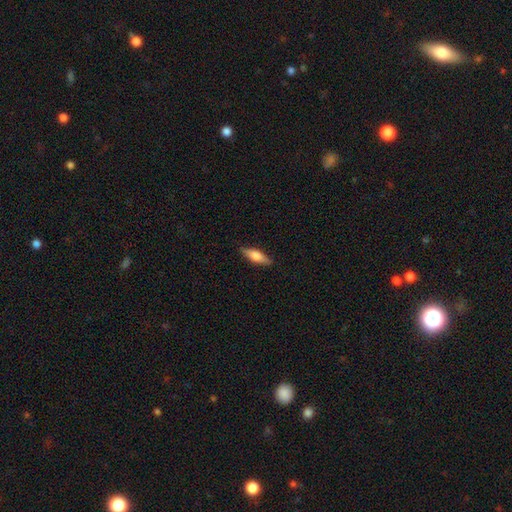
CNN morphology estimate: This appears to be a smooth galaxy with no disk features (59%) that is in between round and cigar-shaped (51%). Merging: none (86%).